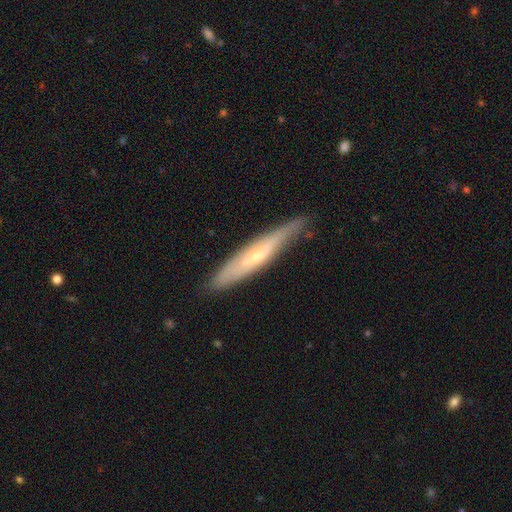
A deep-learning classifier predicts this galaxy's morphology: featured or disk 52%, smooth 41%, star or artifact 6%. Down the decision tree: edge-on disk — yes (80%); merging — none (75%).